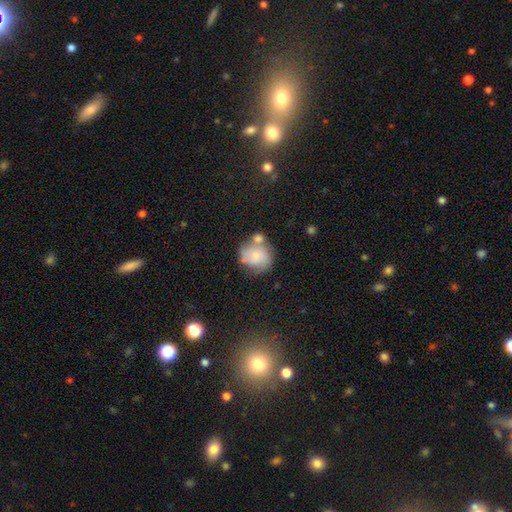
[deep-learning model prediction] Smooth or featured? smooth (62%)
How rounded? round (73%)
Merging? none (42%)